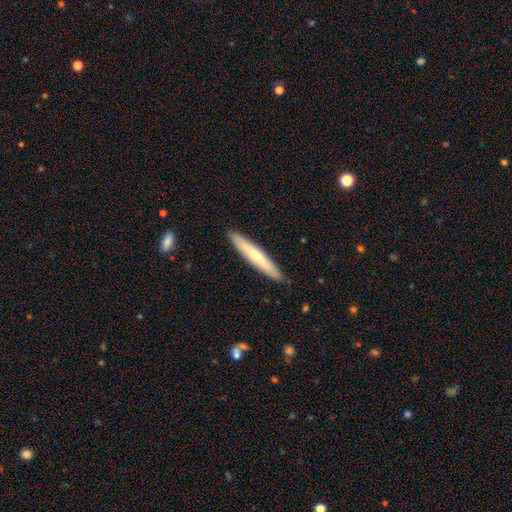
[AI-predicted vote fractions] A smooth galaxy with no disk features (58%) that is cigar-shaped (94%). Merging: none (91%).